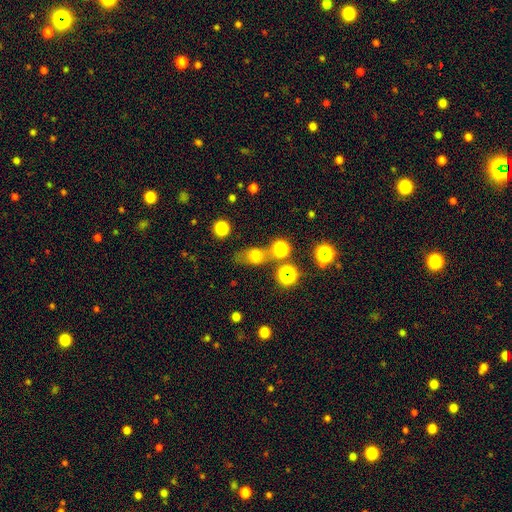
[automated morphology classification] smooth 64%, star or artifact 21%, featured or disk 15%. Down the decision tree: how rounded — in between (61%); merging — none (52%).